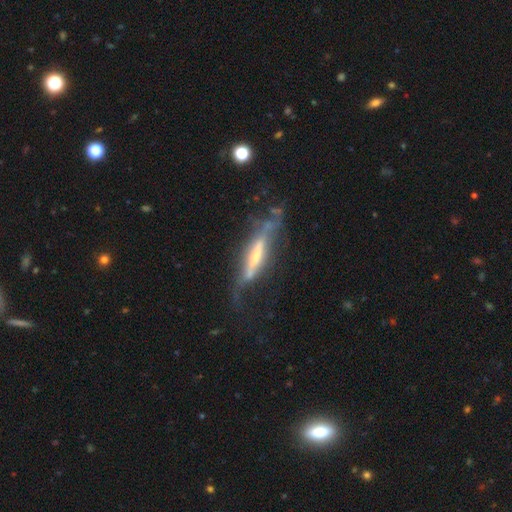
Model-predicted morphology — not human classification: This is likely a featured or disk galaxy (73%). It is likely viewed edge-on (76%). Edge-on bulge: marginally rounded (43%). Merging: marginally none (43%).